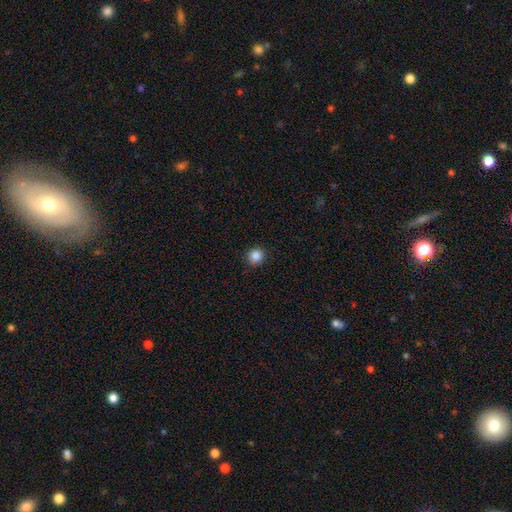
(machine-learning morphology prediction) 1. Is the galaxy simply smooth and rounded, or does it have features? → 86% smooth, 11% star or artifact, 3% featured or disk.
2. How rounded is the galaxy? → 91% round, 8% in between, 1% cigar-shaped.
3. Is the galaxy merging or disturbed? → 91% none, 6% minor disturbance, 2% major disturbance, 1% merger.